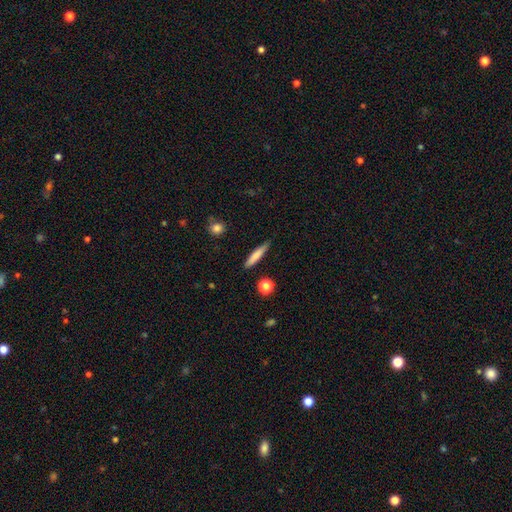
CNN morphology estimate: Smooth or featured? Predicted: smooth (p=0.76). How rounded? Predicted: cigar-shaped (p=0.90). Merging? Predicted: none (p=0.85).